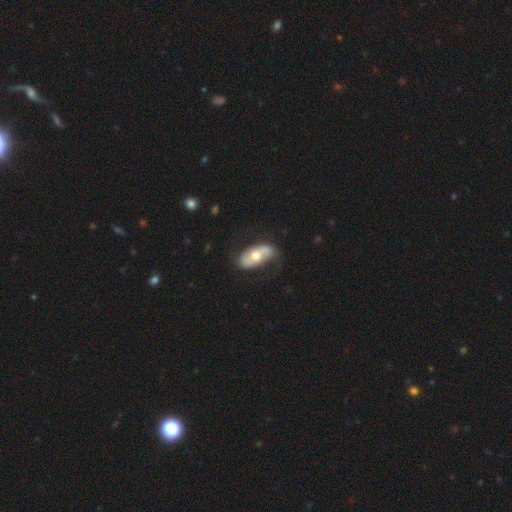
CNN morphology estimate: Overall: featured or disk (48%; smooth 46%). Merging: none (67%).